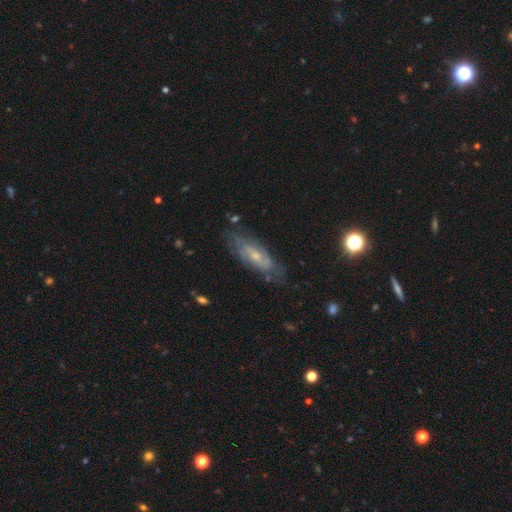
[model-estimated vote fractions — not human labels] featured or disk 66%, smooth 26%, star or artifact 8%. Down the decision tree: edge-on disk — no (78%); bar — no (57%); spiral arms — yes (75%); bulge size — small (59%); merging — none (72%).